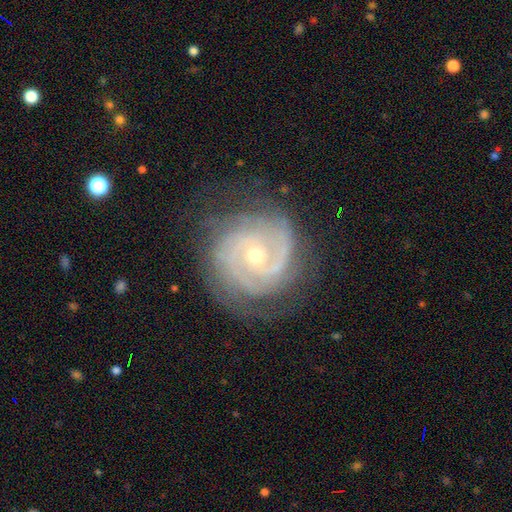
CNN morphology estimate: This is clearly a featured or disk galaxy (89%). It is clearly not viewed edge-on (98%). Bar: likely no (72%). Spiral arm pattern: clearly yes (97%). Spiral arm count: marginally 2 (39%). Spiral winding: likely tight (73%). Central bulge: possibly small (58%). Merging: likely none (73%).